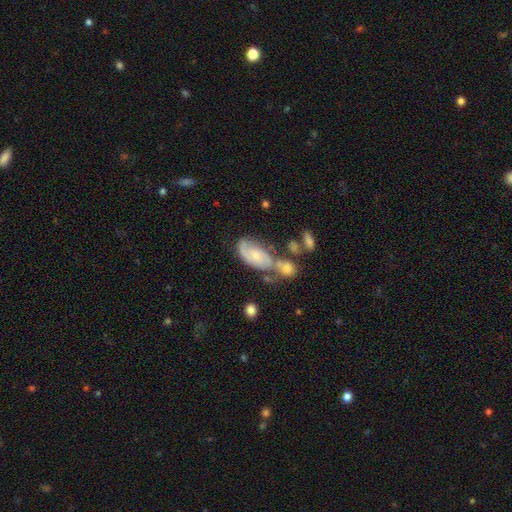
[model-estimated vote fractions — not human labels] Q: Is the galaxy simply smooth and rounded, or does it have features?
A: featured or disk — 63%.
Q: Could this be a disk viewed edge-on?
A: no — 95%.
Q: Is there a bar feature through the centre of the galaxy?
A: no — 72%.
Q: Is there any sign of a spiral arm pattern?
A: yes — 83%.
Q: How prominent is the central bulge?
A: small — 59%.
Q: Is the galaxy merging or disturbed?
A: none — 34%.